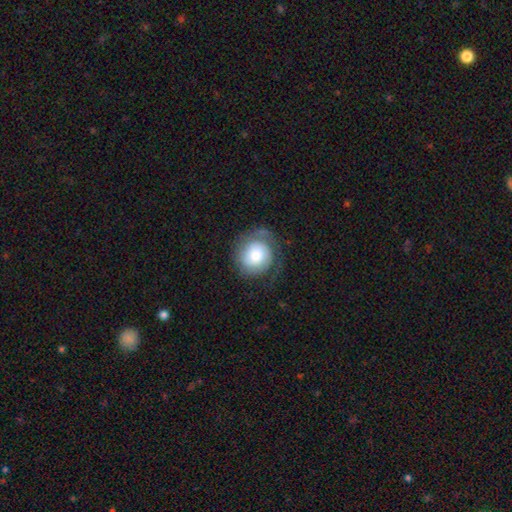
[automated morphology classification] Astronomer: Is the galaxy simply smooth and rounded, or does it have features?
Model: featured or disk — 54% (runner-up: smooth, 39%).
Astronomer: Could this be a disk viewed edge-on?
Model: no — 97%.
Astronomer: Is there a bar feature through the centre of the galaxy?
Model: no — 77%.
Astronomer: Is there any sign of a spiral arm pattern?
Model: yes — 84%.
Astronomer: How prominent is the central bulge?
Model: moderate — 43% (runner-up: large, 25%).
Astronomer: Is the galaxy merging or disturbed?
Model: none — 65%.